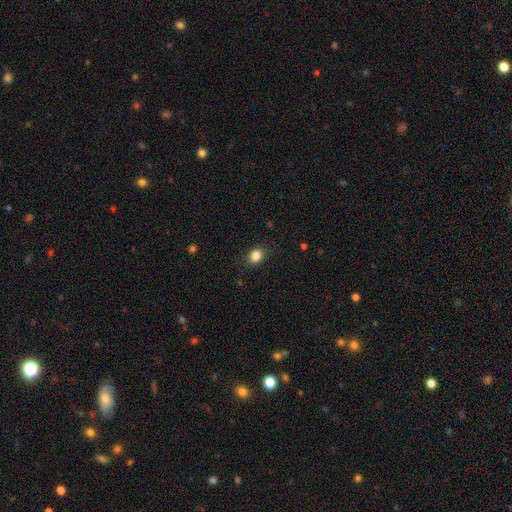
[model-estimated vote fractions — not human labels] This appears to be a smooth galaxy with no disk features (84%) that is round (53%). Merging: none (84%).